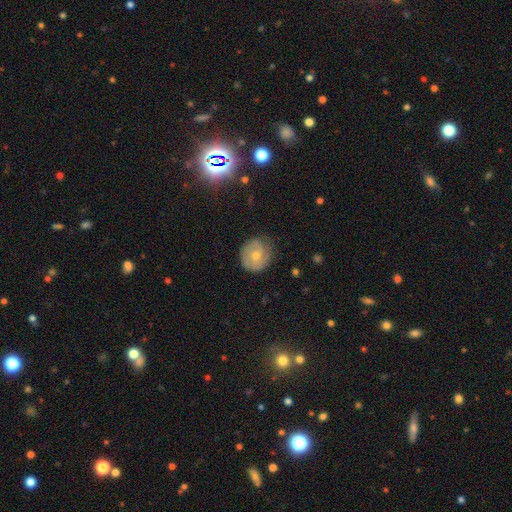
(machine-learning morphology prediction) type=featured or disk (51%); edge-on=no (97%); merging=none (70%).